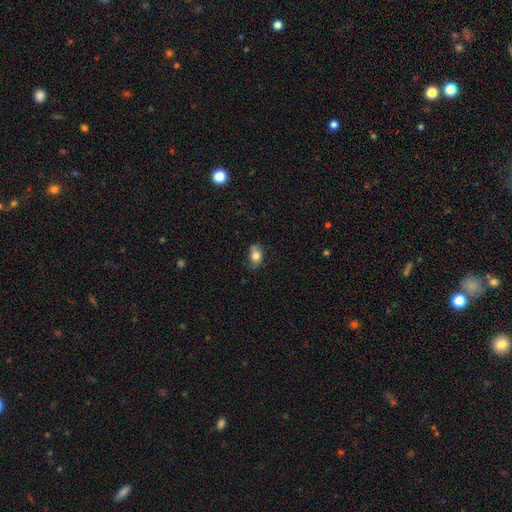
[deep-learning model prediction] Overall: smooth (78%). How rounded: in between (78%). Merging: none (59%; minor disturbance 30%).